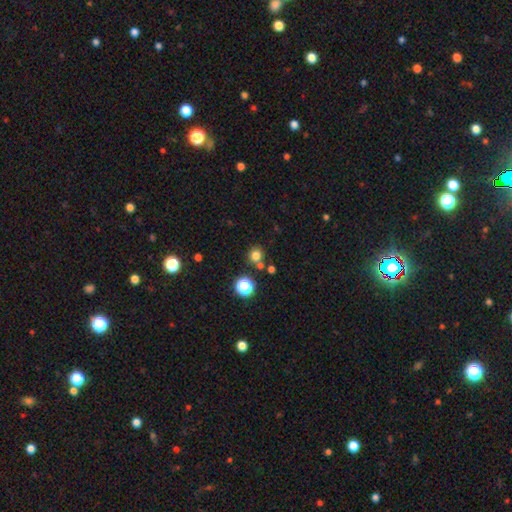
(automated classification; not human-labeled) Smooth or featured? Predicted: smooth (p=0.76). How rounded? Predicted: round (p=0.89). Merging? Predicted: none (p=0.74).